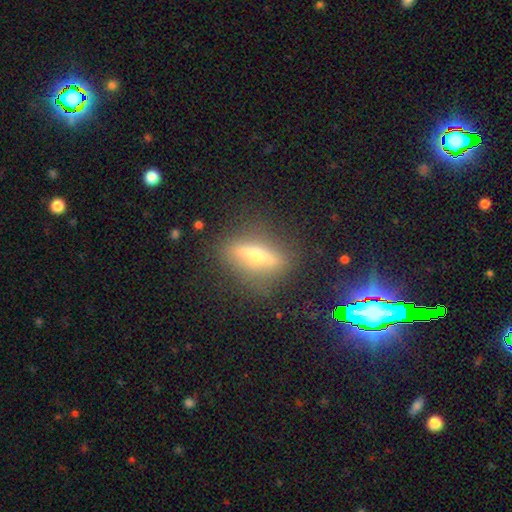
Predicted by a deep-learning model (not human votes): A featured or disk galaxy (57%) viewed edge-on (82%).

Vote fractions:
- Smooth or featured? featured or disk: 57% / smooth: 34% / star or artifact: 10%
- Edge-on disk? yes: 82% / no: 18%
- Merging? none: 82% / minor disturbance: 12% / major disturbance: 5% / merger: 2%